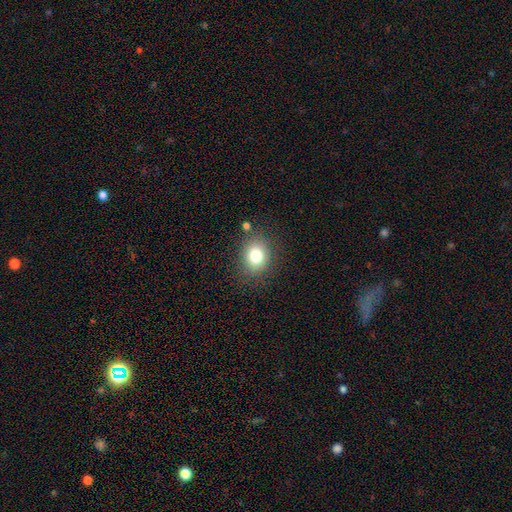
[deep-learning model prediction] Overall: smooth (78%). How rounded: round (56%; in between 44%). Merging: none (81%).